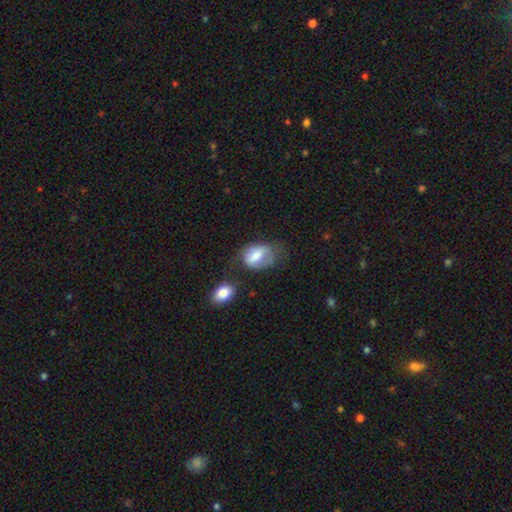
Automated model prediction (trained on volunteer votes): Morphology: type=smooth (65%); roundness=in between (80%); merging=none (36%).